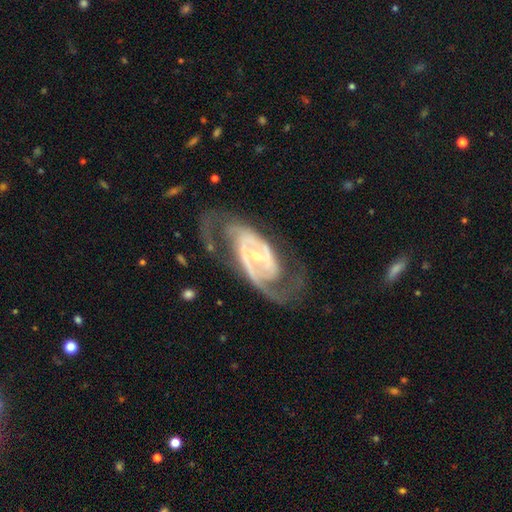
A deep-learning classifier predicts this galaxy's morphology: The model was most divided on "bar": strong: 45%, weak: 38%, no: 17%. Remaining: spiral arms — yes (96%); edge-on disk — no (95%); smooth or featured — featured or disk (91%); spiral arm count — 2 (85%); bulge size — small (68%); merging — none (67%); spiral winding — medium (50%).